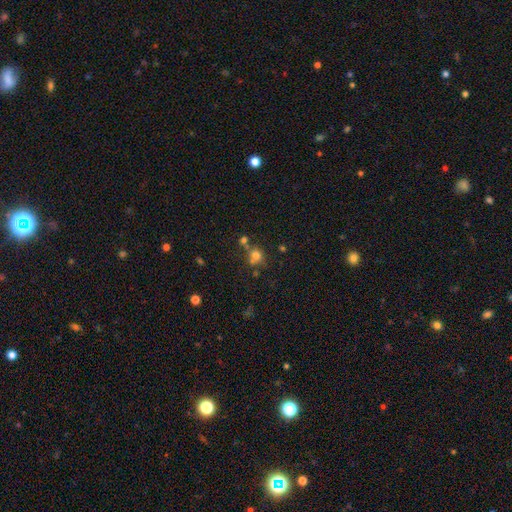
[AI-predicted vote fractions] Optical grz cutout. It shows a smooth galaxy with no disk features (73%) that is round (86%). Merging: none (60%).